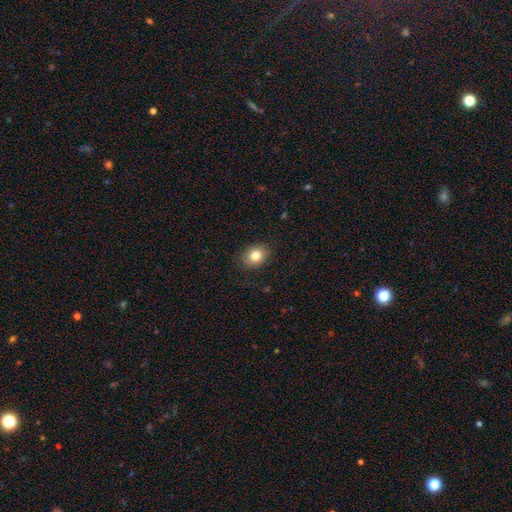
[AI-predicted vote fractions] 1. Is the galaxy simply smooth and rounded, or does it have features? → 82% smooth, 9% star or artifact, 9% featured or disk.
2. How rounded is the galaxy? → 56% in between, 43% round, 1% cigar-shaped.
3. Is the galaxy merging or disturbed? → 86% none, 10% minor disturbance, 3% major disturbance, 1% merger.